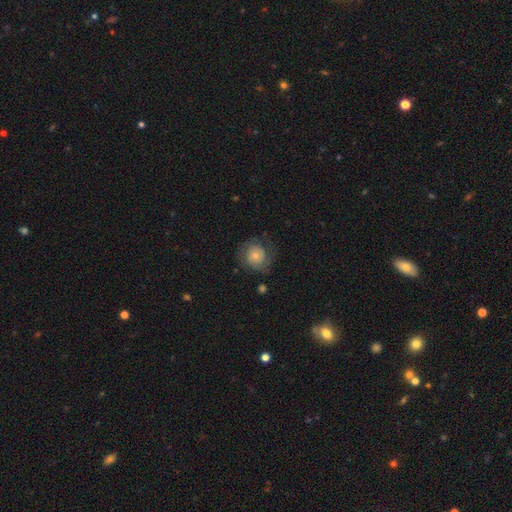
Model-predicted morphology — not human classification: A featured or disk galaxy (52%) with no bar (81%), spiral arms (83%) and a small central bulge (57%). Merging: none (66%).